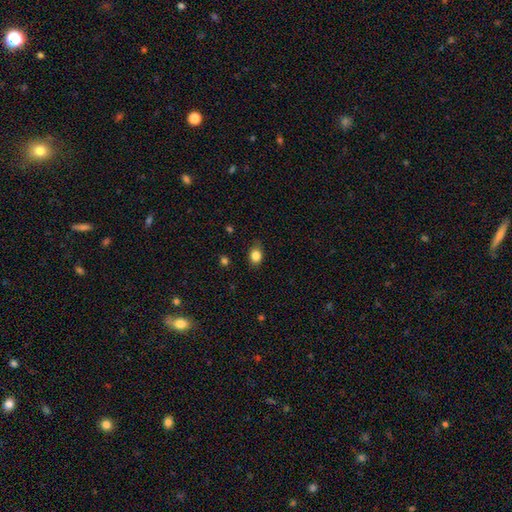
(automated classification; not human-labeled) Smooth or featured? Predicted: smooth (p=0.84). How rounded? Predicted: in between (p=0.58). Merging? Predicted: none (p=0.81).